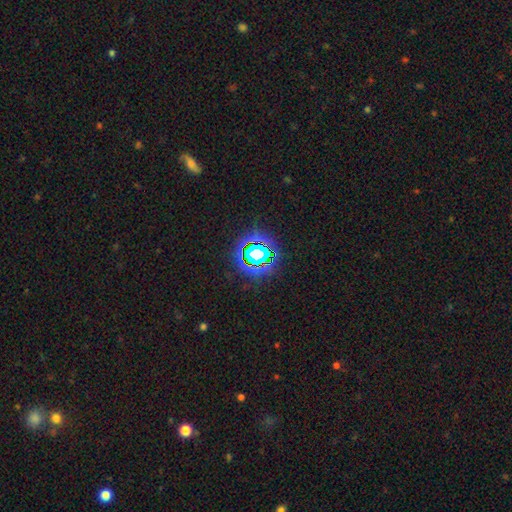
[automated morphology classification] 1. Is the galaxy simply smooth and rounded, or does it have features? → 69% star or artifact, 18% smooth, 13% featured or disk.